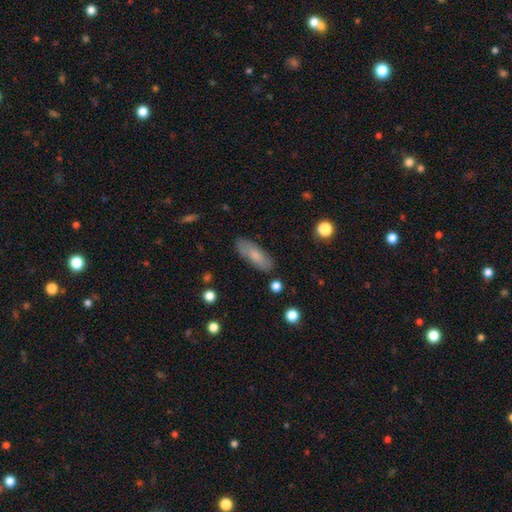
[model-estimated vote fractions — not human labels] Smooth or featured?
  - smooth: 74% *
  - featured or disk: 20%
  - star or artifact: 6%
How rounded?
  - in between: 70% *
  - cigar-shaped: 28%
  - round: 2%
Merging?
  - none: 81% *
  - minor disturbance: 14%
  - major disturbance: 3%
  - merger: 2%